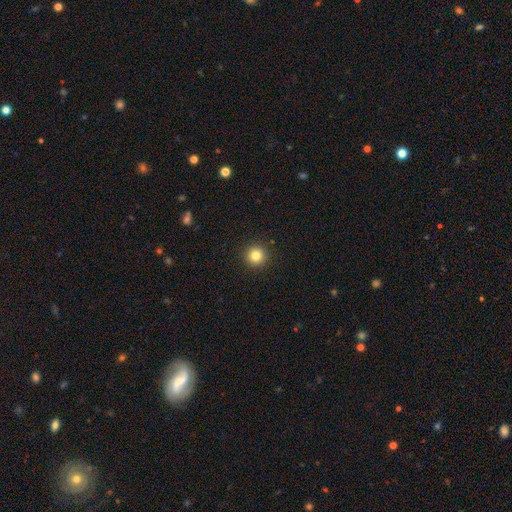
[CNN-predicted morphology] Smooth or featured? Predicted: smooth (p=0.82). How rounded? Predicted: round (p=0.95). Merging? Predicted: none (p=0.93).